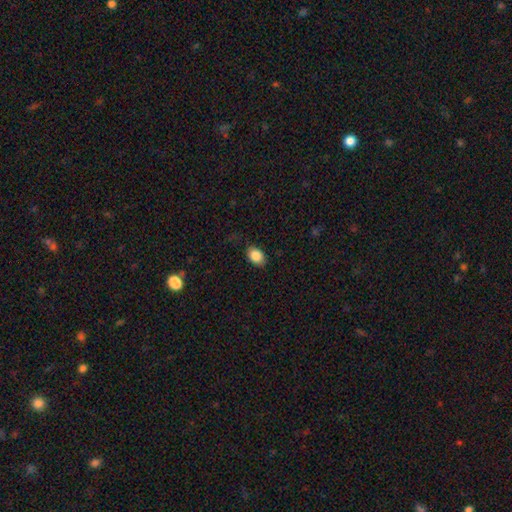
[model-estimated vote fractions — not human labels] Smooth or featured?
  - smooth: 86% *
  - star or artifact: 8%
  - featured or disk: 6%
How rounded?
  - in between: 83% *
  - round: 16%
  - cigar-shaped: 1%
Merging?
  - none: 82% *
  - minor disturbance: 14%
  - major disturbance: 4%
  - merger: 1%